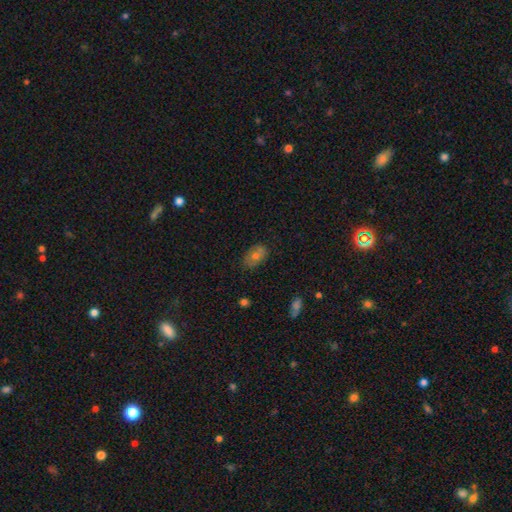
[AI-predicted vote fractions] Smooth or featured? smooth (58%)
How rounded? in between (84%)
Merging? none (79%)